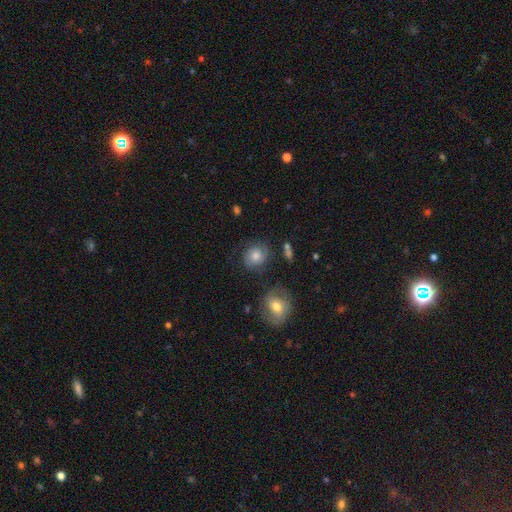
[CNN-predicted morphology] smooth_or_featured: smooth (p=0.64) [alt: featured or disk p=0.24]
how_rounded: round (p=0.72) [alt: in between p=0.27]
merging: none (p=0.72) [alt: minor disturbance p=0.16]